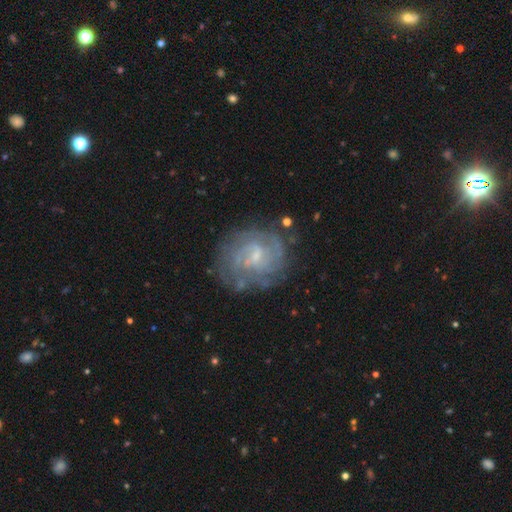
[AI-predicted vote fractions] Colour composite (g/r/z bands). It shows a featured or disk galaxy (79%) with a weak bar (56%), tight (59%) spiral arms (90%) and a small central bulge (65%). Merging: none (75%).